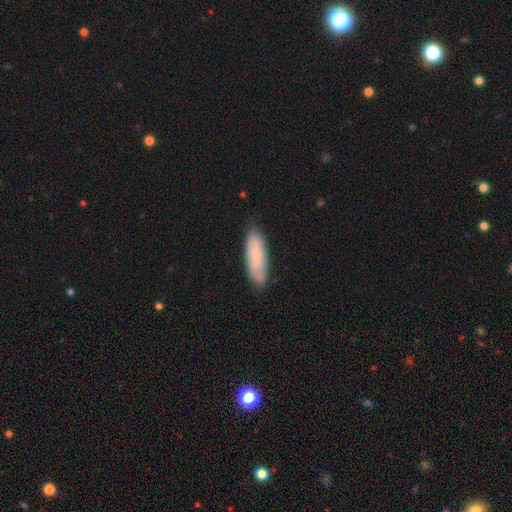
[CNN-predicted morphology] Smooth or featured? Predicted: smooth (p=0.76). How rounded? Predicted: cigar-shaped (p=0.52). Merging? Predicted: none (p=0.79).